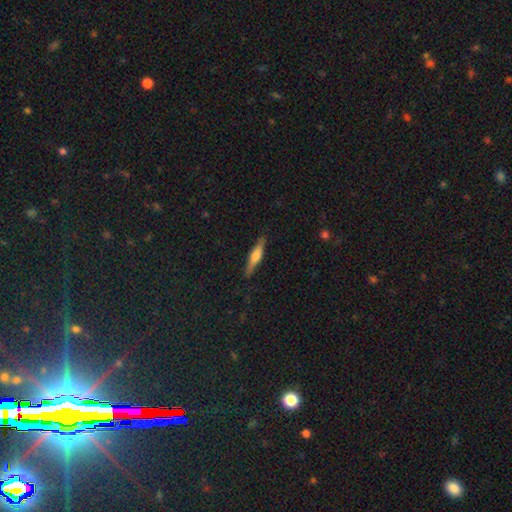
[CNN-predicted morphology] Smooth or featured: featured or disk — 52% (smooth — 42%)
Edge-on disk: yes — 96% (no — 4%)
Merging: none — 88% (minor disturbance — 9%)